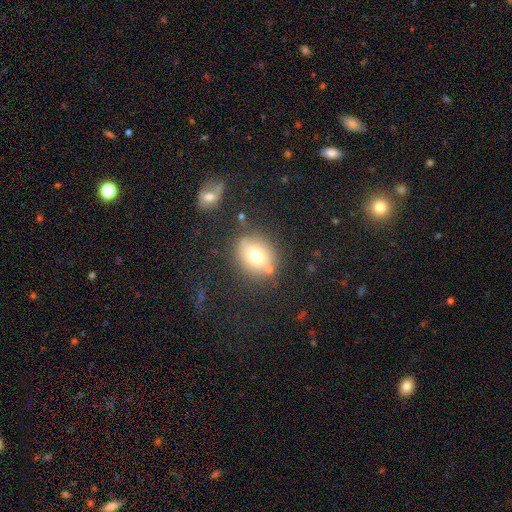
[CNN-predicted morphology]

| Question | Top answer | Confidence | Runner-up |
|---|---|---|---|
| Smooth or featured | smooth | 73% | featured or disk (15%) |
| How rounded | round | 61% | in between (38%) |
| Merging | none | 72% | minor disturbance (14%) |